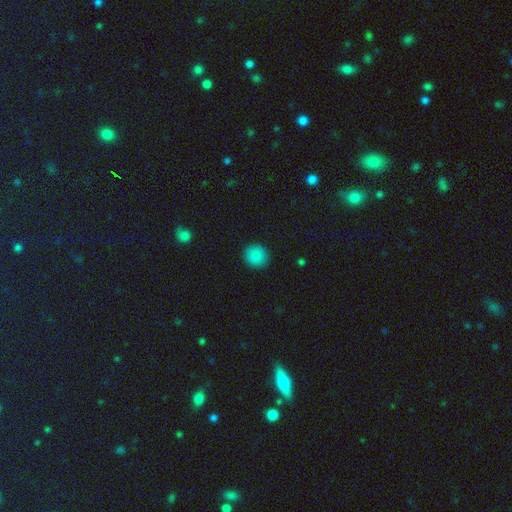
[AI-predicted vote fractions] smooth_or_featured: smooth (p=0.87) [alt: star or artifact p=0.09]
how_rounded: round (p=0.90) [alt: in between p=0.09]
merging: none (p=0.91) [alt: minor disturbance p=0.06]